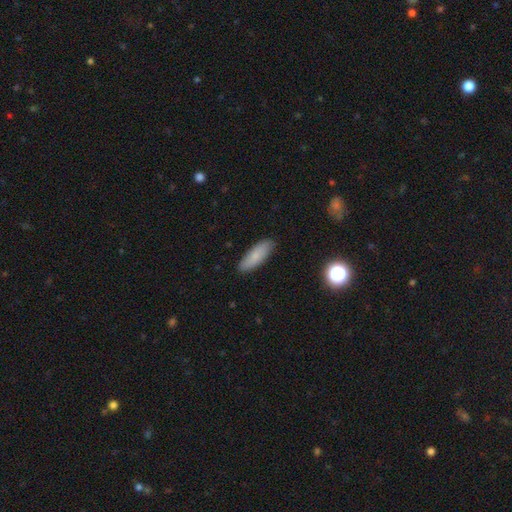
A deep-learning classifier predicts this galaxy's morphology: Smooth or featured?
  - smooth: 80% *
  - featured or disk: 13%
  - star or artifact: 7%
How rounded?
  - in between: 57% *
  - cigar-shaped: 41%
  - round: 2%
Merging?
  - none: 88% *
  - minor disturbance: 9%
  - major disturbance: 2%
  - merger: 1%